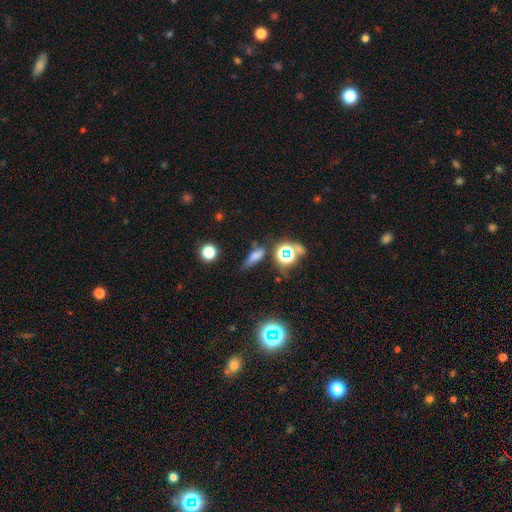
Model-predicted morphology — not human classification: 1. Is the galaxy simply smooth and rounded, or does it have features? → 61% smooth, 25% star or artifact, 15% featured or disk.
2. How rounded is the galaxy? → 47% cigar-shaped, 43% in between, 10% round.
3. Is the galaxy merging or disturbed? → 58% none, 24% minor disturbance, 10% major disturbance, 8% merger.